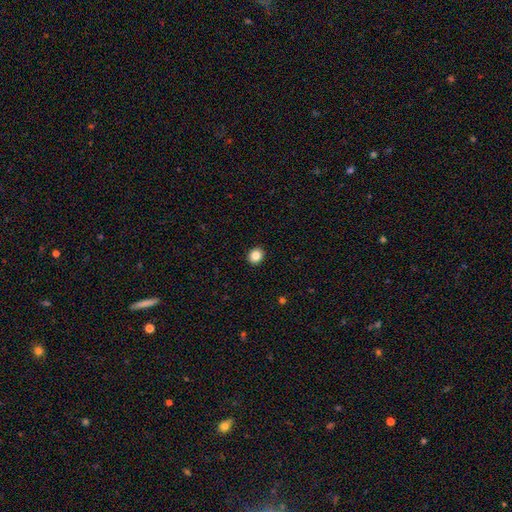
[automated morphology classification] Smooth or featured?
  - smooth: 86% *
  - star or artifact: 10%
  - featured or disk: 4%
How rounded?
  - round: 73% *
  - in between: 26%
  - cigar-shaped: 1%
Merging?
  - none: 92% *
  - minor disturbance: 5%
  - major disturbance: 2%
  - merger: 1%